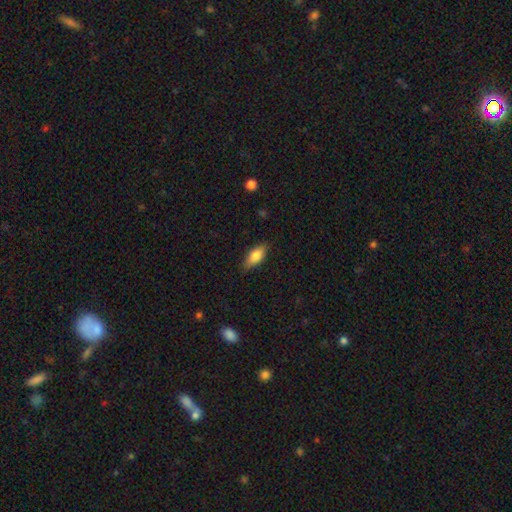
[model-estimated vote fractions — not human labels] smooth_or_featured: smooth (p=0.78) [alt: featured or disk p=0.15]
how_rounded: in between (p=0.80) [alt: cigar-shaped p=0.17]
merging: none (p=0.82) [alt: minor disturbance p=0.15]